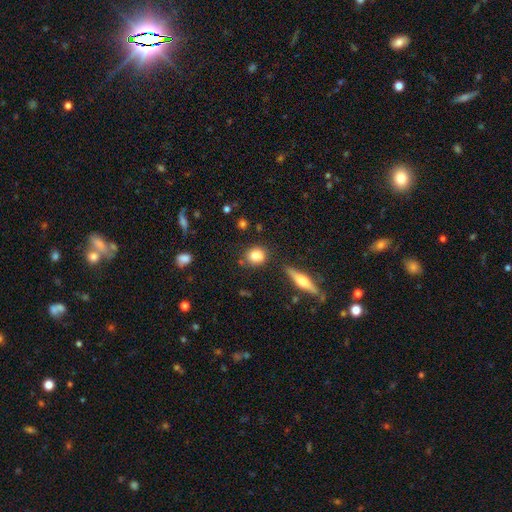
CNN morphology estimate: Smooth or featured? smooth (79%)
How rounded? round (76%)
Merging? none (79%)